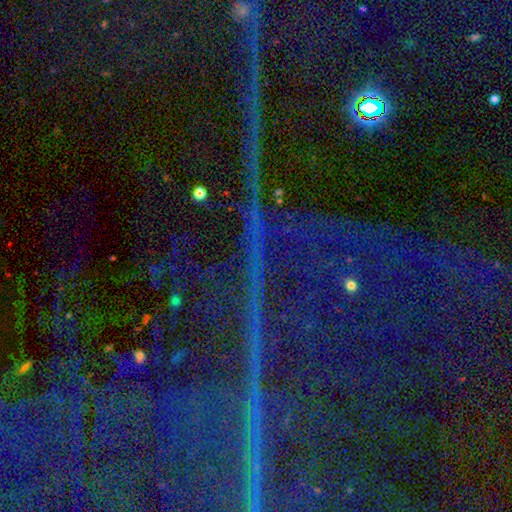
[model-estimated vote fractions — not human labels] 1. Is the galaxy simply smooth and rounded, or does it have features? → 85% star or artifact, 9% featured or disk, 6% smooth.